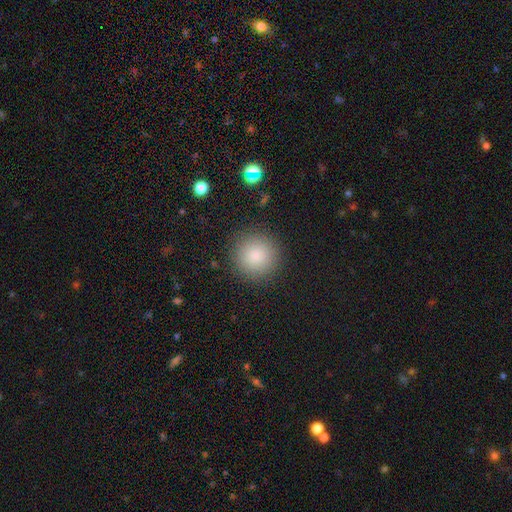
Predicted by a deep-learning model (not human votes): Overall: smooth (84%). How rounded: round (95%). Merging: none (90%).